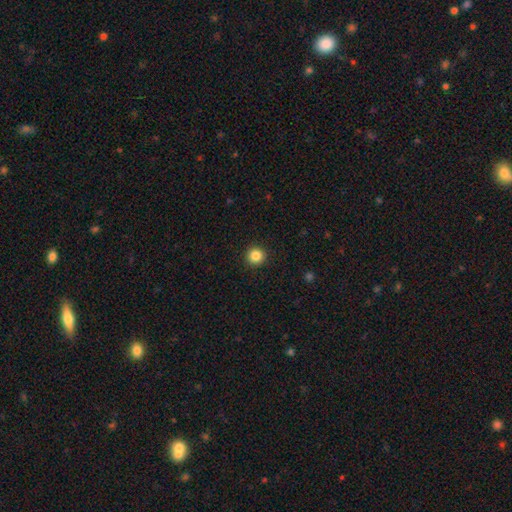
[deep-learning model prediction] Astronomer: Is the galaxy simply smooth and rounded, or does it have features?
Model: smooth — 85%.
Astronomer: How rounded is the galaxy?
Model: round — 95%.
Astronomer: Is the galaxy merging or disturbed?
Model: none — 93%.